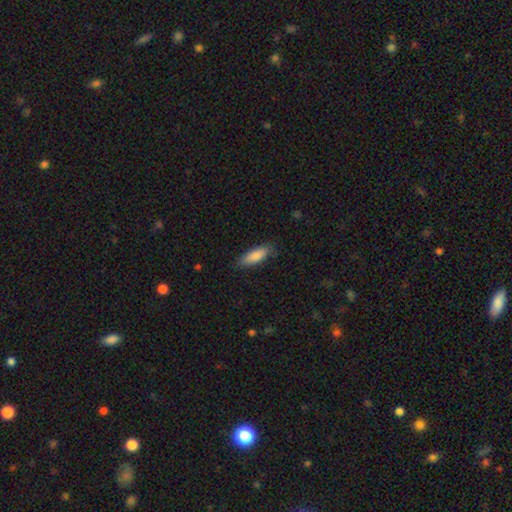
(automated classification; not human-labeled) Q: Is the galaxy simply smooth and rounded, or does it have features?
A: smooth — 85%.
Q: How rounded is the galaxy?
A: in between — 56%.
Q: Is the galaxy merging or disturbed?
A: none — 81%.